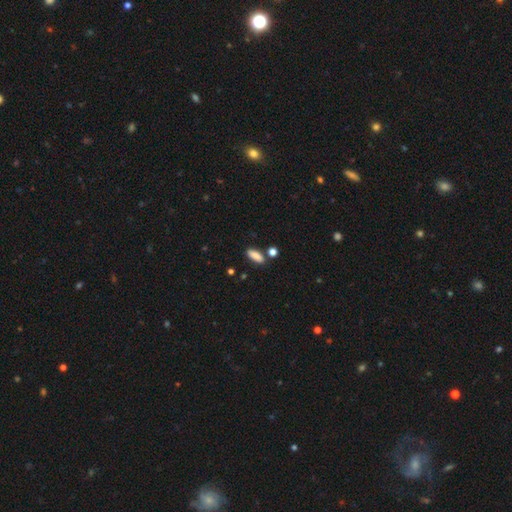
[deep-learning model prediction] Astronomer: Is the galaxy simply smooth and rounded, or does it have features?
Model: smooth — 85%.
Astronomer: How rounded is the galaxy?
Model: in between — 67%.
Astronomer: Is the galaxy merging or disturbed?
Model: none — 78%.